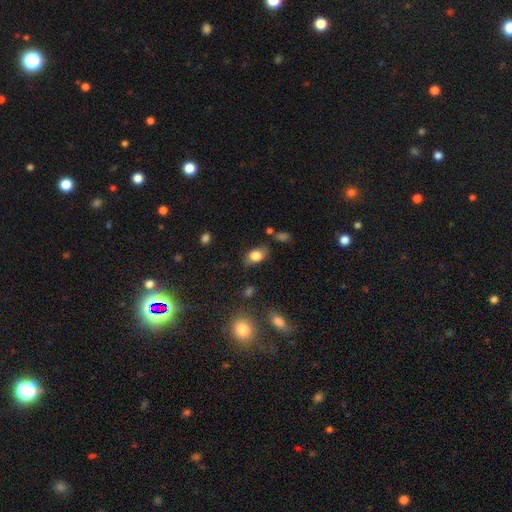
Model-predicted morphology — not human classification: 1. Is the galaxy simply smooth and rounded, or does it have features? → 79% smooth, 12% featured or disk, 9% star or artifact.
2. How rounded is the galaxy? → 82% in between, 16% round, 2% cigar-shaped.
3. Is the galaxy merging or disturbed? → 73% none, 19% minor disturbance, 5% major disturbance, 3% merger.